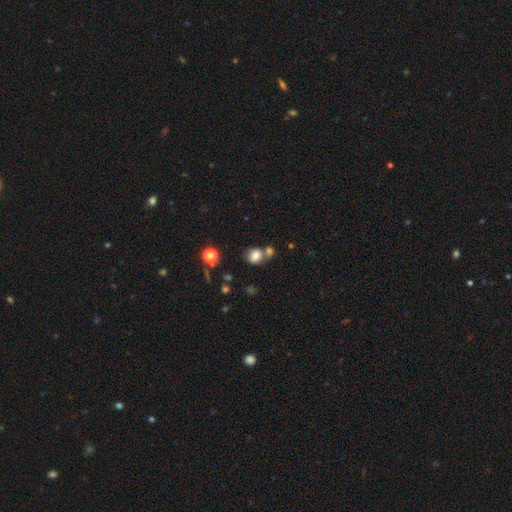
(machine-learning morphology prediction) Q: Smooth or featured?
A: smooth (80%); runner-up: star or artifact (12%)
Q: How rounded?
A: round (62%); runner-up: in between (37%)
Q: Merging?
A: none (53%); runner-up: merger (29%)